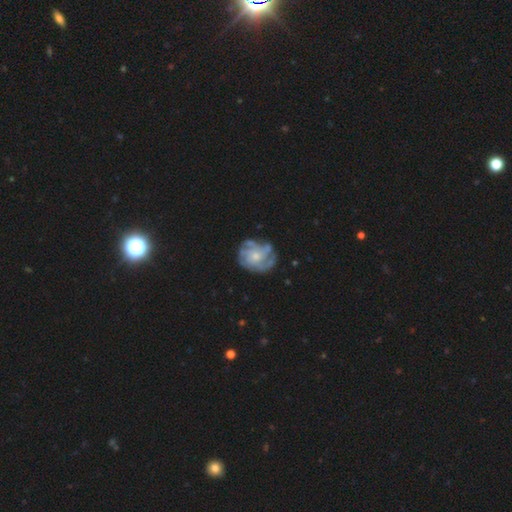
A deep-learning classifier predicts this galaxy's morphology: smooth-or-featured: featured or disk: 77% | smooth: 16% | star or artifact: 7%
  disk-edge-on: no: 98% | yes: 2%
    bar: no: 78% | weak: 20% | strong: 3%
    has-spiral-arms: yes: 90% | no: 10%
      spiral-winding: tight: 52% | medium: 34% | loose: 13%
      spiral-arm-count: can't tell: 36% | 4: 22% | 3: 16% | more than 4: 10% | 2: 9% | 1: 7%
    bulge-size: small: 49% | moderate: 42% | none: 4% | large: 4% | dominant: 1%
  merging: none: 66% | minor disturbance: 20% | major disturbance: 11% | merger: 3%